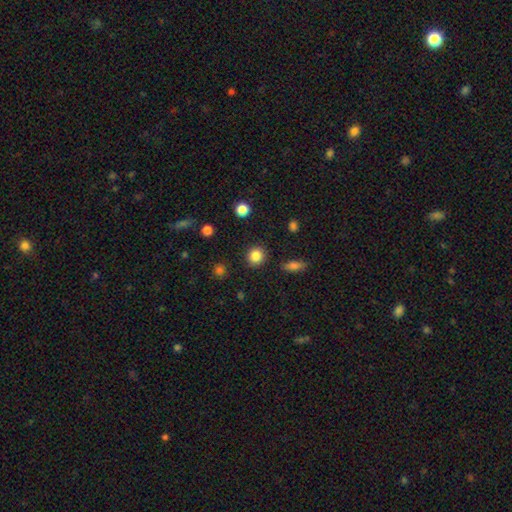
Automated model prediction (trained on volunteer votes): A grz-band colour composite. It shows a smooth galaxy with no disk features (85%) that is round (91%). Merging: none (90%).